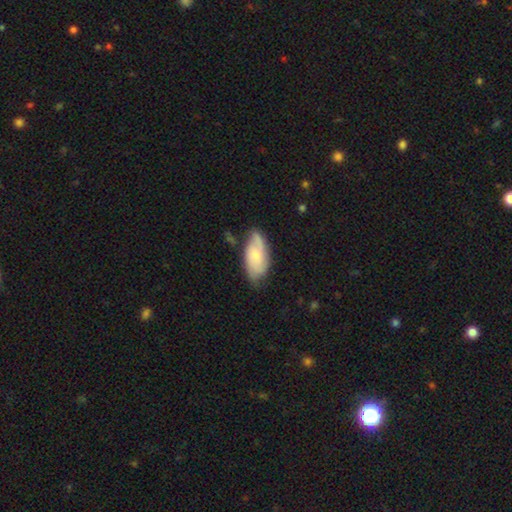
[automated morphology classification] Overall: featured or disk (50%; smooth 44%). Edge-on disk: no (92%). Merging: none (64%; minor disturbance 27%).